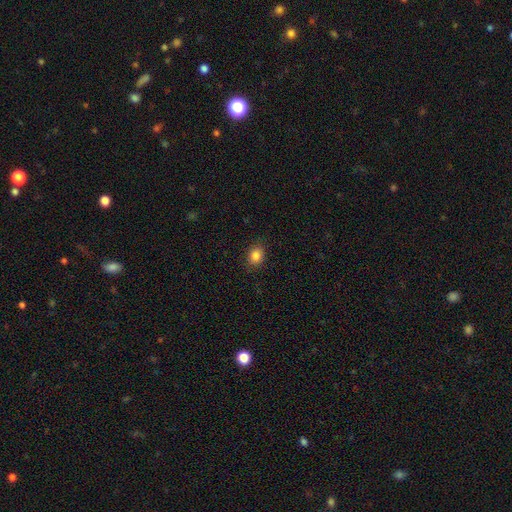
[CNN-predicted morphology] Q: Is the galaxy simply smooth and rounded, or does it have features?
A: smooth — 84%.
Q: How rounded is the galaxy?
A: round — 50%.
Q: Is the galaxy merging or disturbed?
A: none — 87%.